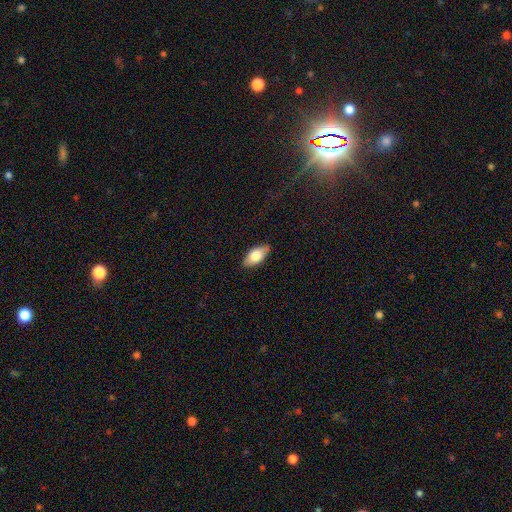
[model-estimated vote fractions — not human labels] smooth-or-featured: smooth: 74% | featured or disk: 19% | star or artifact: 6%
  how-rounded: in between: 89% | cigar-shaped: 8% | round: 3%
  merging: none: 85% | minor disturbance: 11% | major disturbance: 2% | merger: 1%